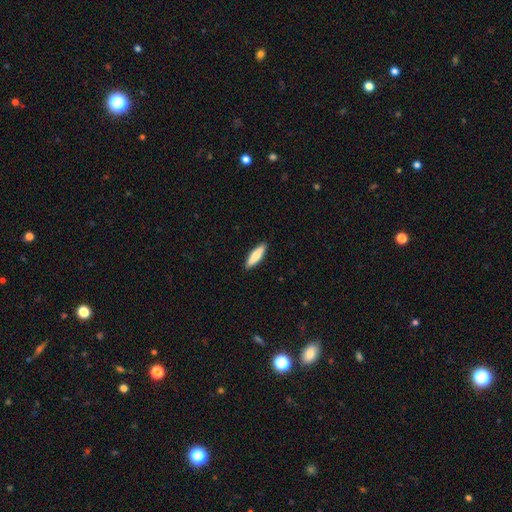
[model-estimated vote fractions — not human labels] Smooth or featured? smooth (79%)
How rounded? cigar-shaped (67%)
Merging? none (90%)